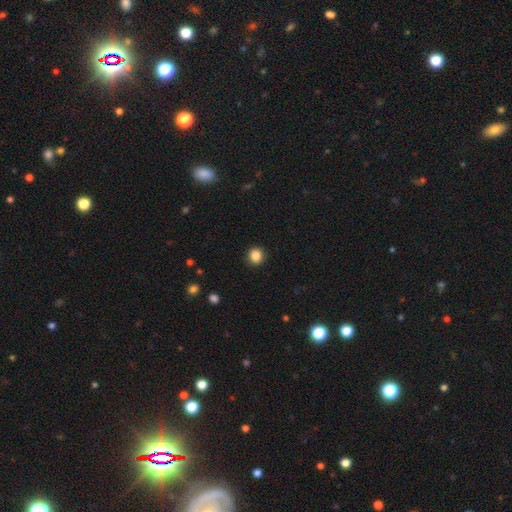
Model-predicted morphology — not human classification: A smooth galaxy with no disk features (86%) that is round (87%).

Vote fractions:
- Smooth or featured? smooth: 86% / star or artifact: 10% / featured or disk: 4%
- How rounded? round: 87% / in between: 12% / cigar-shaped: 1%
- Merging? none: 92% / minor disturbance: 5% / major disturbance: 2% / merger: 1%